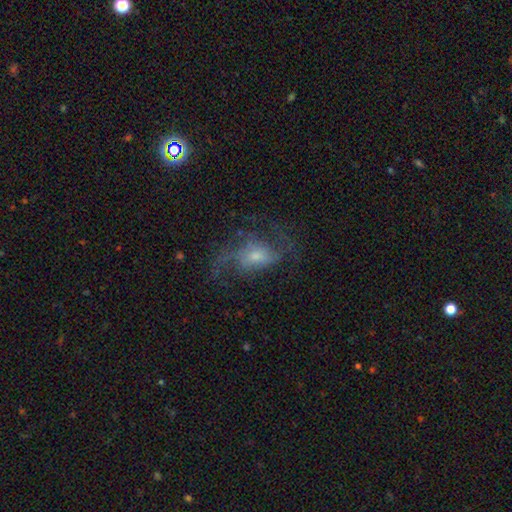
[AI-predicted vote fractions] Morphology: type=featured or disk (64%); edge-on=no (96%); bar=no (62%); spiral arms=yes (77%); bulge=small (48%); merging=none (41%).